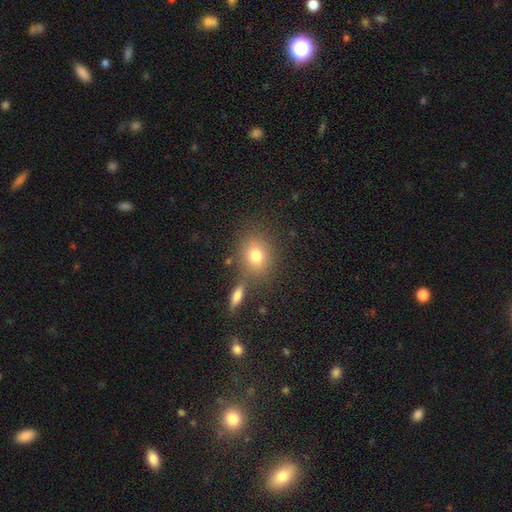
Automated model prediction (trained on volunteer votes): The model was most divided on "how rounded": round: 56%, in between: 42%, cigar-shaped: 2%. More confident: smooth or featured — smooth (77%); merging — none (69%).